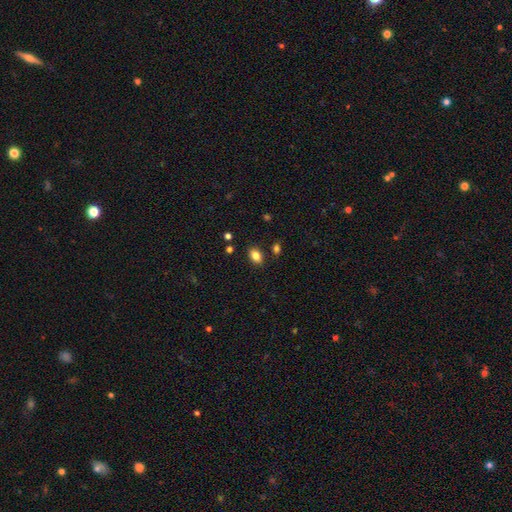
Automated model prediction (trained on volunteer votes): The model was most divided on "how rounded": in between: 80%, round: 19%, cigar-shaped: 1%. More confident: merging — none (84%); smooth or featured — smooth (83%).